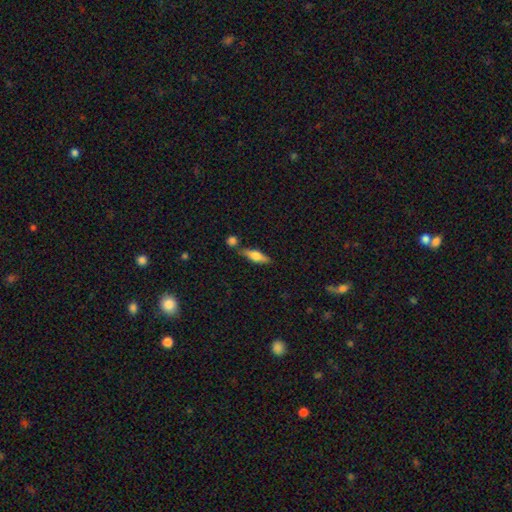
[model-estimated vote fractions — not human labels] smooth-or-featured: smooth: 55% | featured or disk: 38% | star or artifact: 7%
  how-rounded: cigar-shaped: 54% | in between: 43% | round: 3%
  merging: none: 71% | merger: 13% | minor disturbance: 13% | major disturbance: 3%